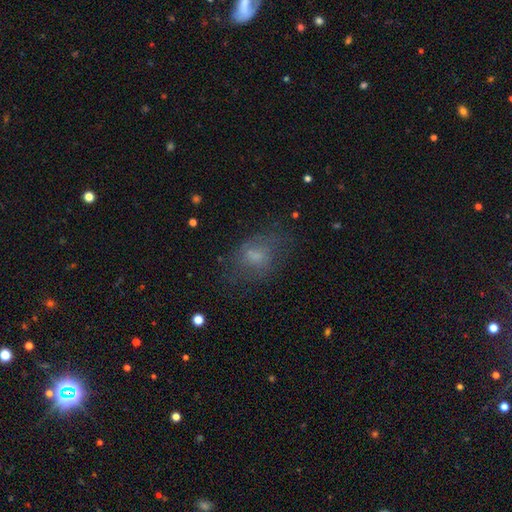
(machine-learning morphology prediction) Smooth or featured: smooth — 59% (featured or disk — 27%)
How rounded: in between — 70% (round — 28%)
Merging: none — 56% (minor disturbance — 23%)